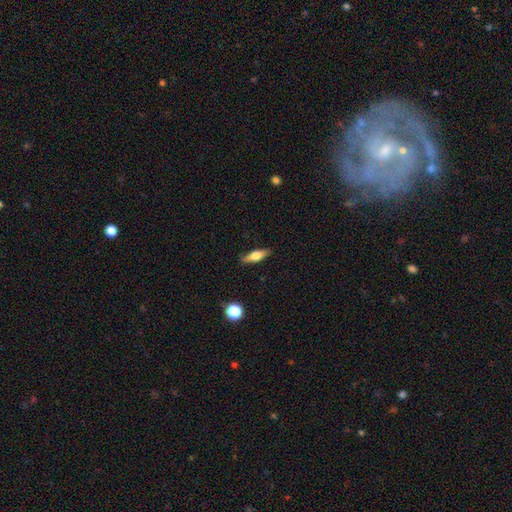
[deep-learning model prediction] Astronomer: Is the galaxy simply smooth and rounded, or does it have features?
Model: smooth — 60%.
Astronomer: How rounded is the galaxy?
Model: in between — 51% (runner-up: cigar-shaped, 46%).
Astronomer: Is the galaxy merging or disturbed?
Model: none — 84%.